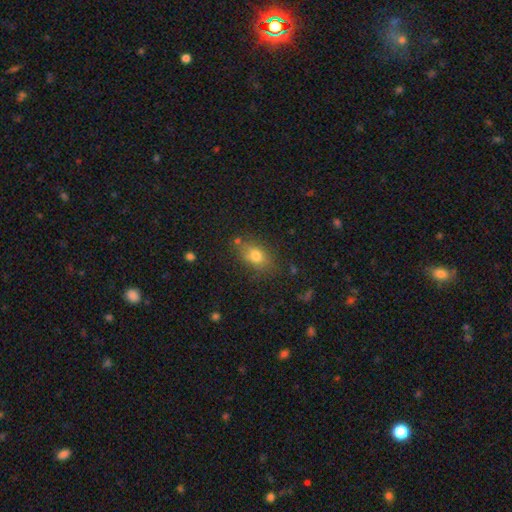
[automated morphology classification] This appears to be a smooth galaxy with no disk features (75%) that is in between round and cigar-shaped (76%). Merging: none (72%).